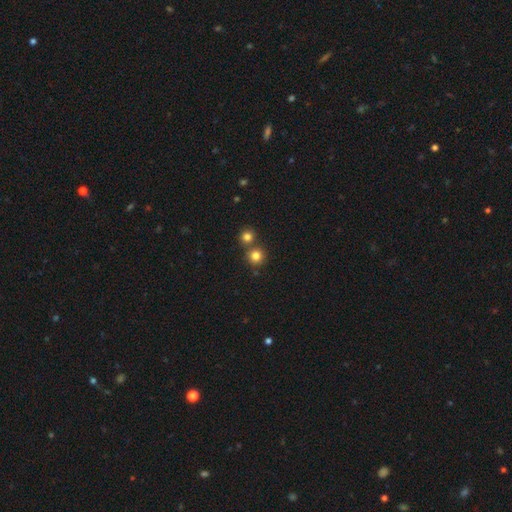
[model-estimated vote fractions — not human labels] Smooth or featured? smooth (80%)
How rounded? round (92%)
Merging? none (69%)